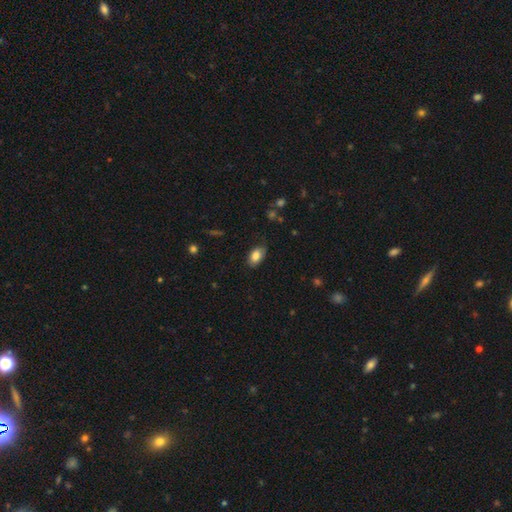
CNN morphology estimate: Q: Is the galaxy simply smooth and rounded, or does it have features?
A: smooth — 83%.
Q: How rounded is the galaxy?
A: in between — 92%.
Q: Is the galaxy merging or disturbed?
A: none — 79%.